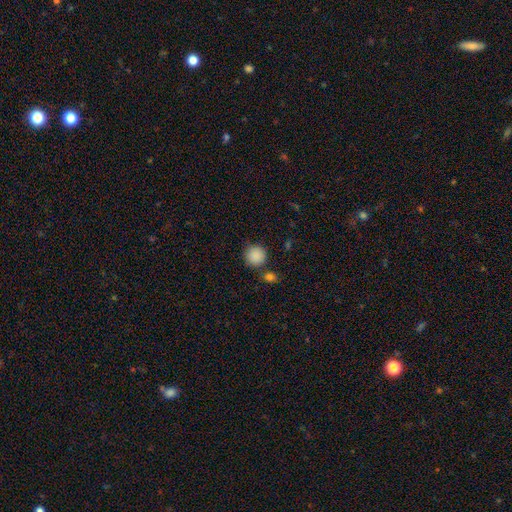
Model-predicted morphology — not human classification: This appears to be a smooth galaxy with no disk features (88%) that is round (93%). Merging: none (79%).